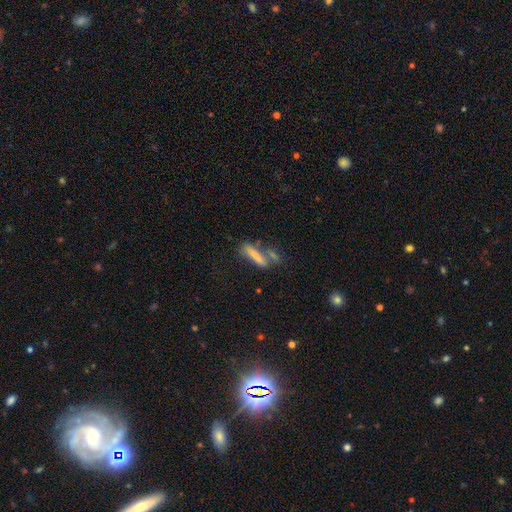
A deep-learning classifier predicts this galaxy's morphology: Smooth or featured: smooth — 74% (featured or disk — 18%)
How rounded: cigar-shaped — 82% (in between — 16%)
Merging: none — 50% (merger — 27%)